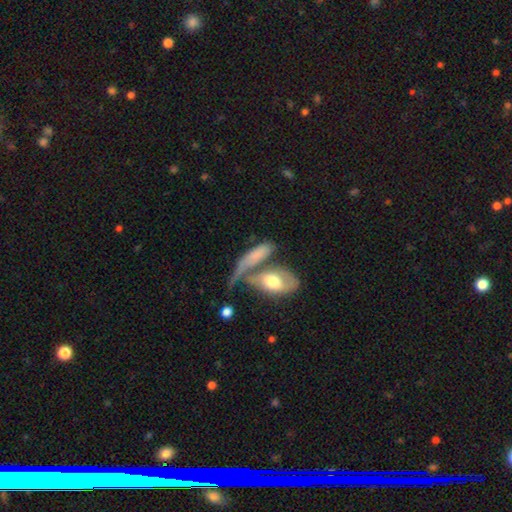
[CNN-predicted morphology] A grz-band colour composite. It shows a smooth galaxy with no disk features (63%) that is in between round and cigar-shaped (60%). Merging: merger (43%).